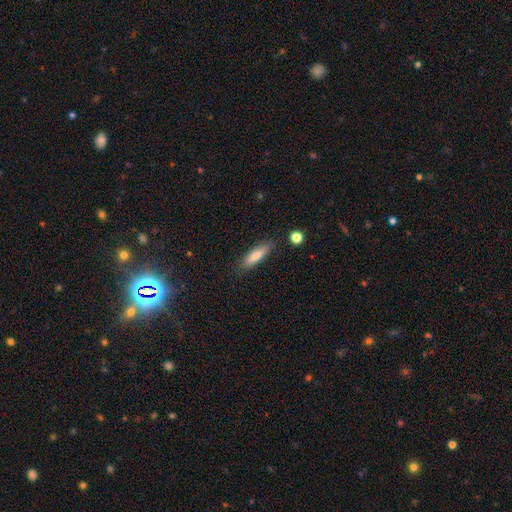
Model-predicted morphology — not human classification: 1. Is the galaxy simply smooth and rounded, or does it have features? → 76% smooth, 17% featured or disk, 7% star or artifact.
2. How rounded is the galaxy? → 68% cigar-shaped, 30% in between, 2% round.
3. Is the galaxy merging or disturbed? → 85% none, 11% minor disturbance, 2% major disturbance, 2% merger.